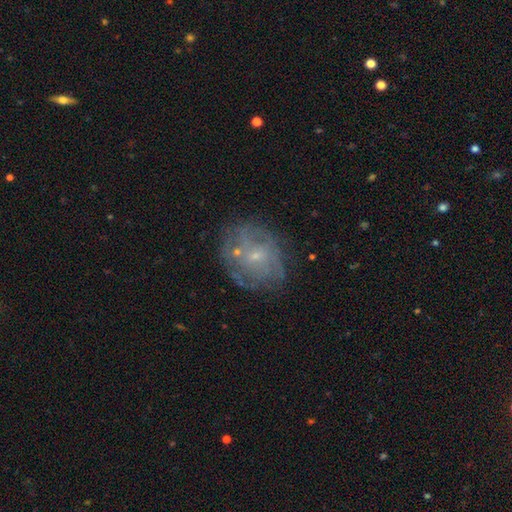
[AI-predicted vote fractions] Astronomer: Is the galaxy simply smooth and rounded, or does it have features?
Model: featured or disk — 62%.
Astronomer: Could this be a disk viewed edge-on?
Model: no — 97%.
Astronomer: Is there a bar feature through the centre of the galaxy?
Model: no — 71%.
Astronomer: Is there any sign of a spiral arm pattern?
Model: yes — 63%.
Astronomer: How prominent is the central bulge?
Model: small — 72%.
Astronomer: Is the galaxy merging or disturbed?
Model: none — 72%.